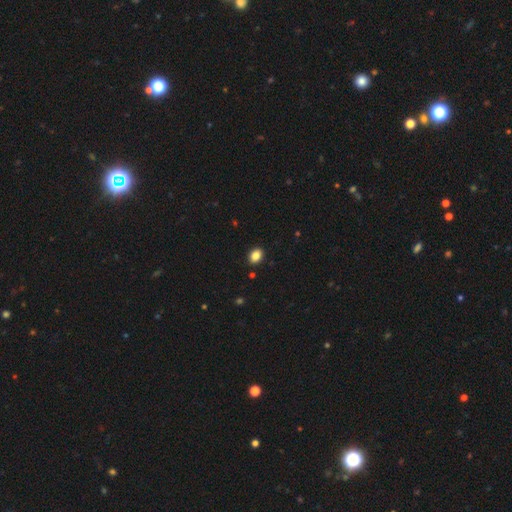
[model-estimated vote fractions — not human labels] Smooth or featured: smooth — 86% (star or artifact — 10%)
How rounded: in between — 65% (round — 34%)
Merging: none — 91% (minor disturbance — 6%)